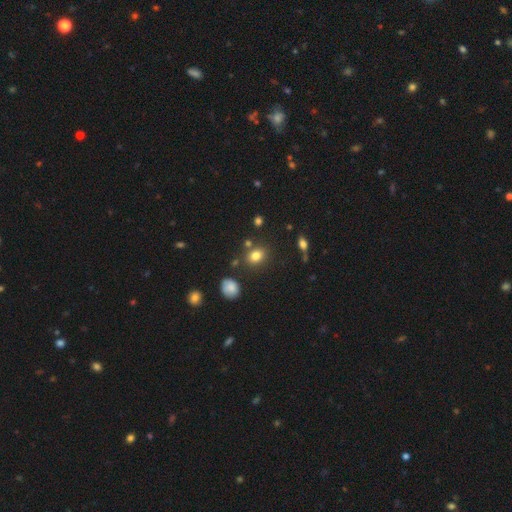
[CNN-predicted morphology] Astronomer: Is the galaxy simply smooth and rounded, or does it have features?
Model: smooth — 80%.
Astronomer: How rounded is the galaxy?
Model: in between — 53% (runner-up: round, 45%).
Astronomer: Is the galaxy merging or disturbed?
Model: none — 79%.